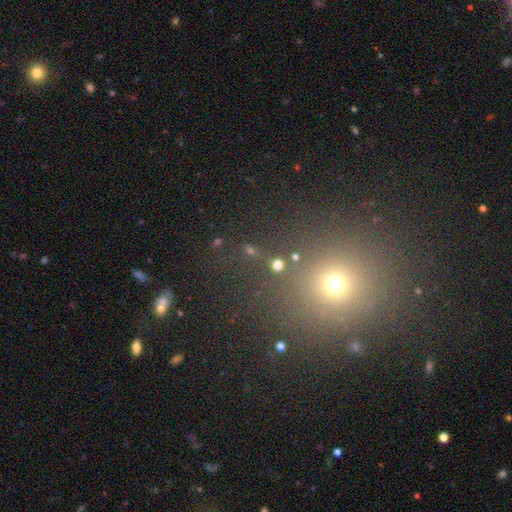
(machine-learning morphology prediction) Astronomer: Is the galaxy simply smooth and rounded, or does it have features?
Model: smooth — 50% (runner-up: star or artifact, 42%).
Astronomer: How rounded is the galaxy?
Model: round — 86%.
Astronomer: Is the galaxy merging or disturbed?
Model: none — 84%.